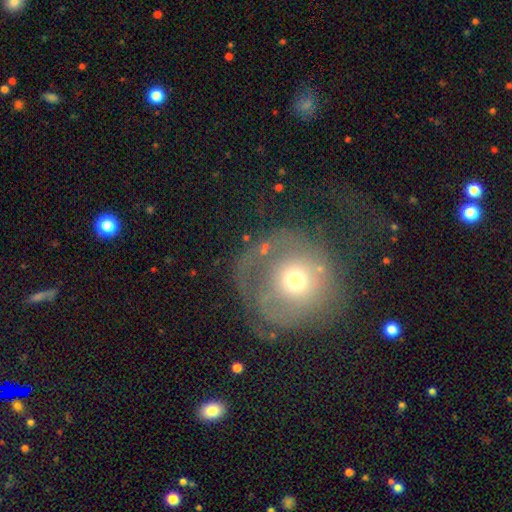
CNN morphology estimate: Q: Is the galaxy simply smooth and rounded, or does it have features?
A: featured or disk — 46%.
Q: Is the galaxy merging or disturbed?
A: none — 42%.